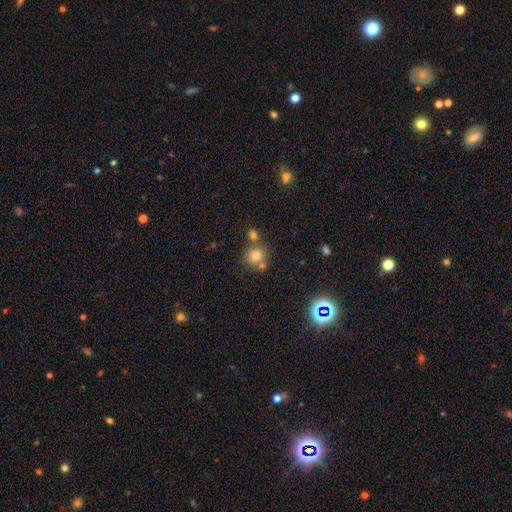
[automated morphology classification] A smooth galaxy with no disk features (76%) that is round (86%). Merging: none (59%).